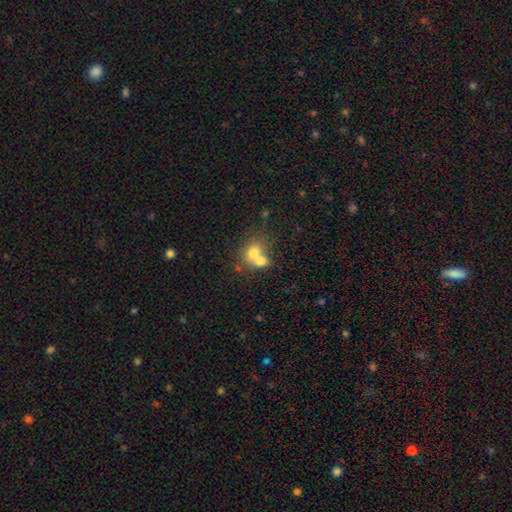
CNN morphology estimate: type=smooth (71%); roundness=round (51%); merging=merger (64%).